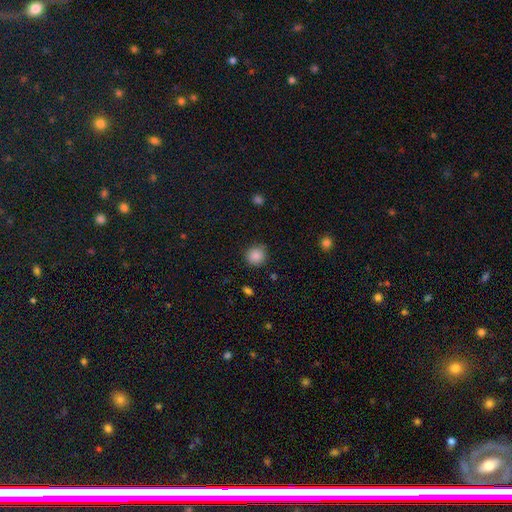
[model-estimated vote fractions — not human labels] smooth 87%, star or artifact 10%, featured or disk 4%. Down the decision tree: how rounded — round (90%); merging — none (86%).